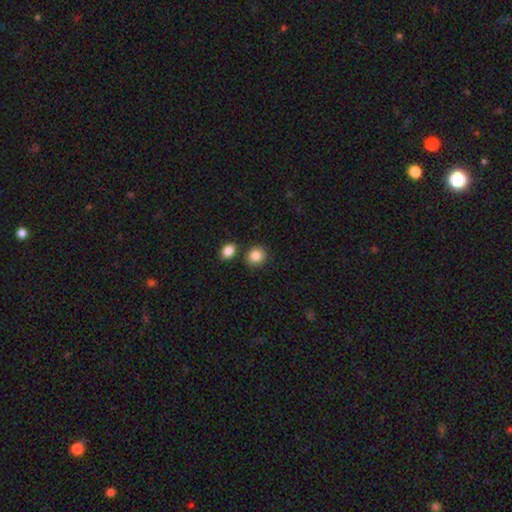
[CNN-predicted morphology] Q: Smooth or featured?
A: smooth (88%); runner-up: star or artifact (8%)
Q: How rounded?
A: round (77%); runner-up: in between (22%)
Q: Merging?
A: none (80%); runner-up: merger (9%)